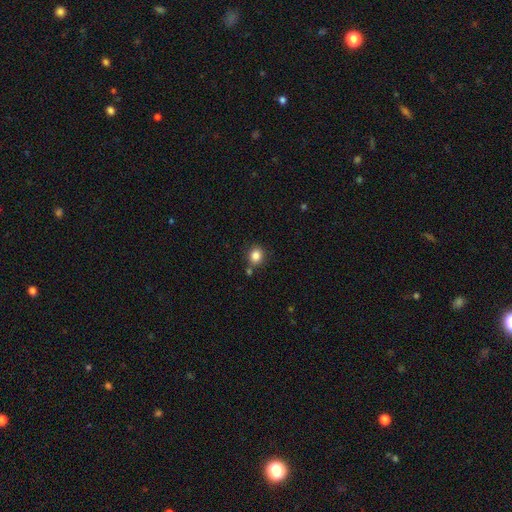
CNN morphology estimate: Overall: smooth (85%). How rounded: round (73%). Merging: none (78%).